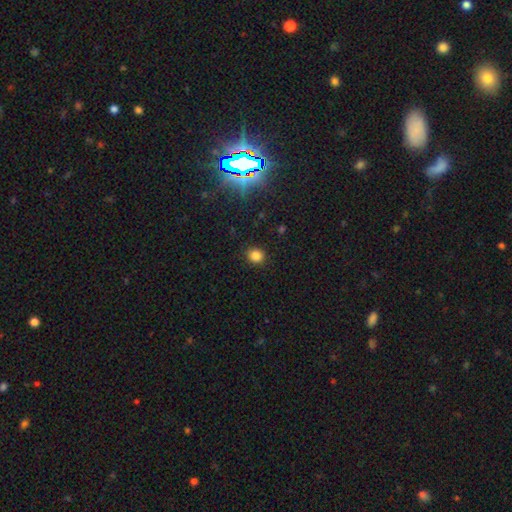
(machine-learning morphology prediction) This appears to be a smooth galaxy with no disk features (83%) that is round (82%). Merging: none (89%).